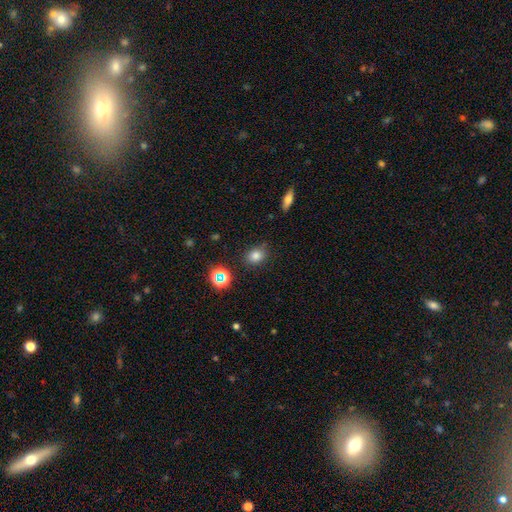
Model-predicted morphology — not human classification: type=smooth (78%); roundness=round (56%); merging=none (80%).